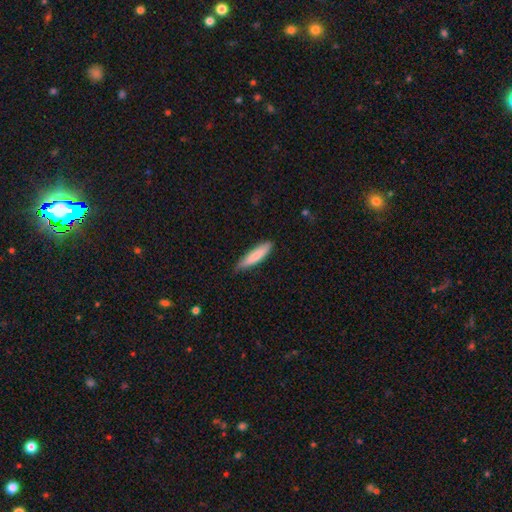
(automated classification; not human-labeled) Smooth or featured?
  - smooth: 81% *
  - featured or disk: 14%
  - star or artifact: 5%
How rounded?
  - cigar-shaped: 78% *
  - in between: 21%
  - round: 1%
Merging?
  - none: 81% *
  - minor disturbance: 16%
  - major disturbance: 2%
  - merger: 1%